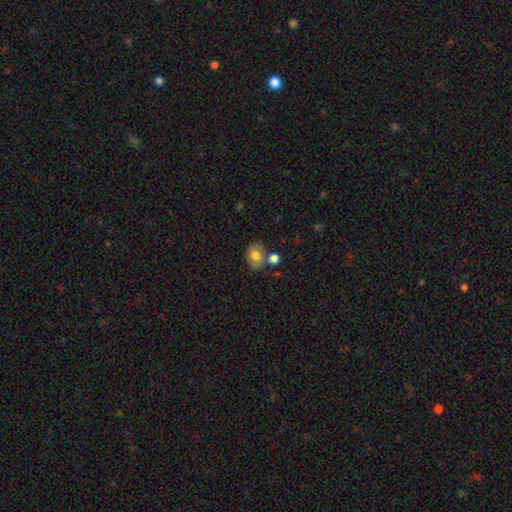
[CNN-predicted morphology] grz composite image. It shows a smooth galaxy with no disk features (75%) that is in between round and cigar-shaped (70%). Merging: none (60%).